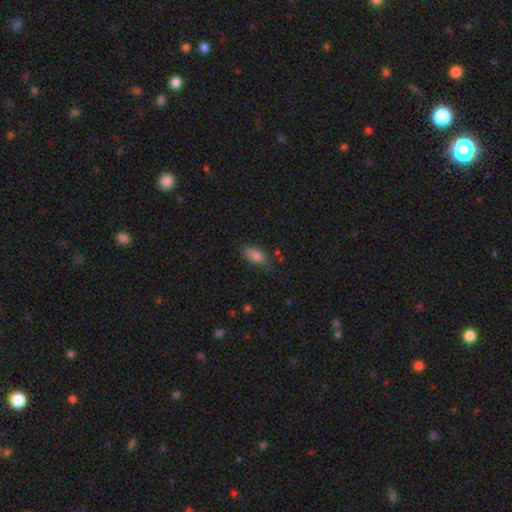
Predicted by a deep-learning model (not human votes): Morphology: type=smooth (83%); roundness=in between (89%); merging=none (68%).